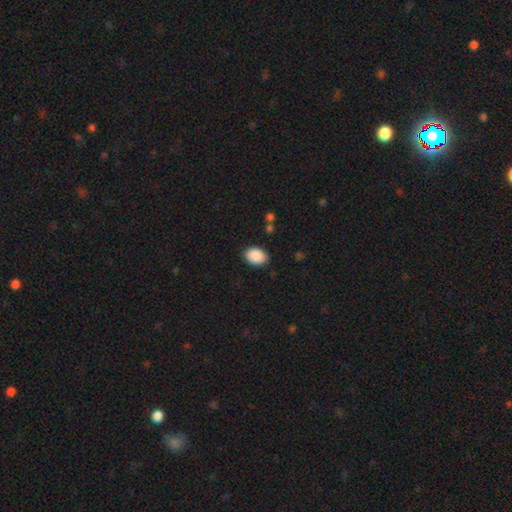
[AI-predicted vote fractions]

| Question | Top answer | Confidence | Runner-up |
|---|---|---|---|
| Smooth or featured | smooth | 90% | star or artifact (7%) |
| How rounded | in between | 81% | round (18%) |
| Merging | none | 86% | minor disturbance (10%) |